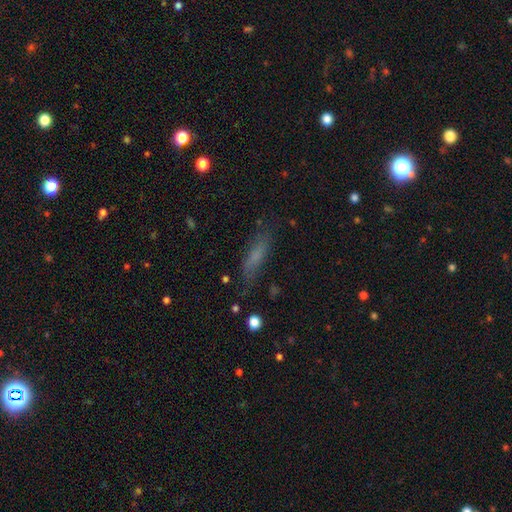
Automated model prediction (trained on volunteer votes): Smooth or featured?
  - smooth: 61% *
  - featured or disk: 25%
  - star or artifact: 13%
How rounded?
  - cigar-shaped: 66% *
  - in between: 31%
  - round: 3%
Merging?
  - none: 72% *
  - minor disturbance: 19%
  - major disturbance: 7%
  - merger: 2%